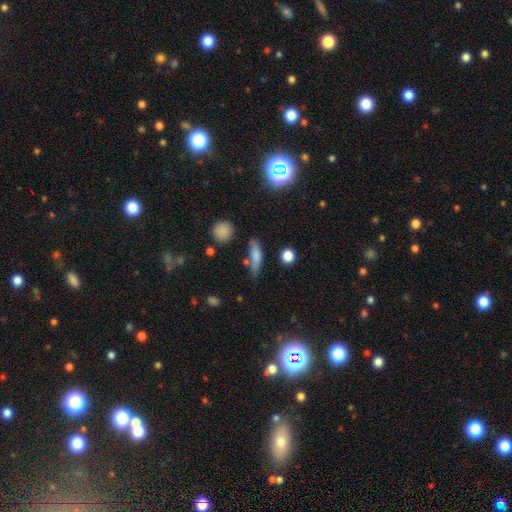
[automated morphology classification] type=smooth (74%); roundness=cigar-shaped (61%); merging=none (64%).